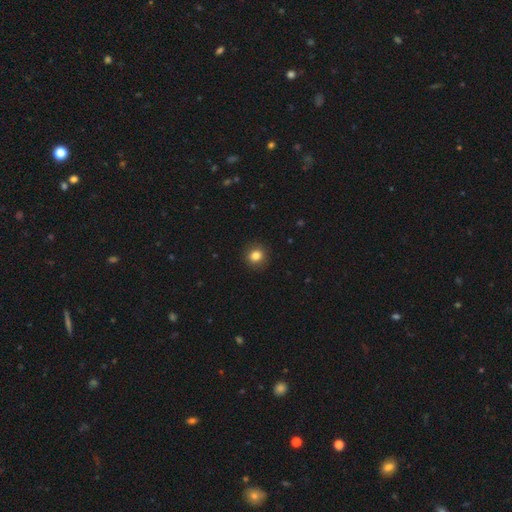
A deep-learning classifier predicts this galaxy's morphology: Smooth or featured: smooth — 83% (star or artifact — 11%)
How rounded: round — 88% (in between — 11%)
Merging: none — 92% (minor disturbance — 5%)